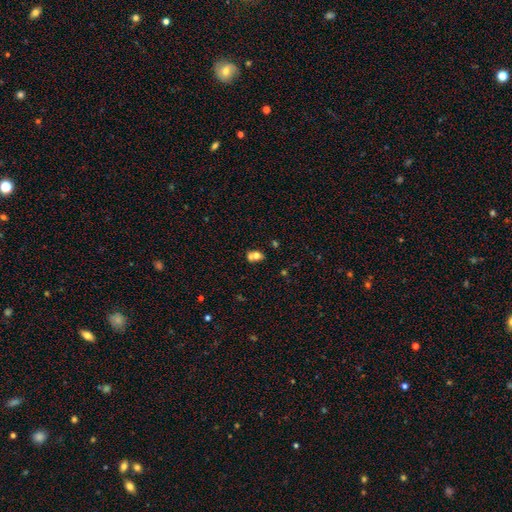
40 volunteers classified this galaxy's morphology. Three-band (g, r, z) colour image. It shows a smooth galaxy with no disk features (65%) that is round (50%, tied with in between). Merging: merger (69%).